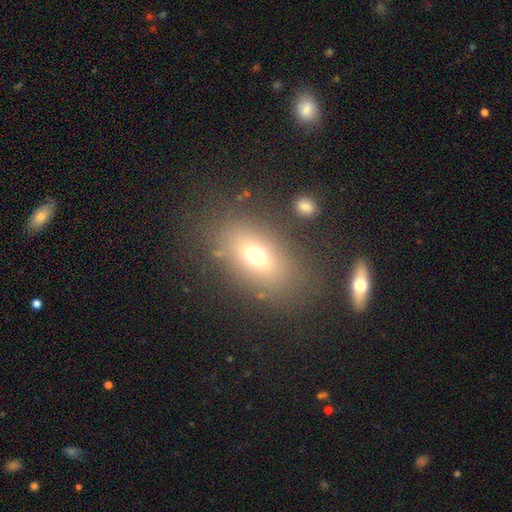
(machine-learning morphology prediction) Q: Smooth or featured?
A: smooth (67%); runner-up: featured or disk (17%)
Q: How rounded?
A: in between (79%); runner-up: round (16%)
Q: Merging?
A: none (76%); runner-up: minor disturbance (12%)